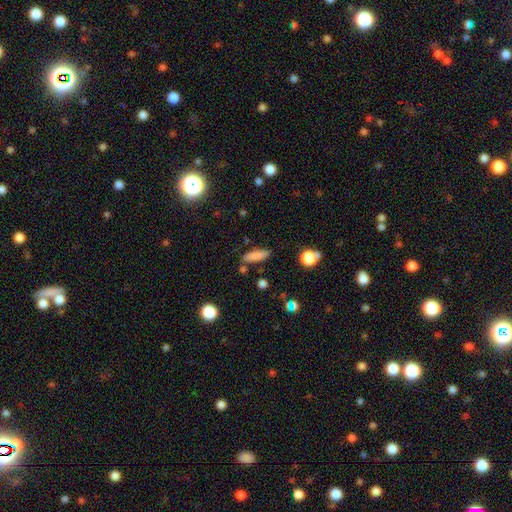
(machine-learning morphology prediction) Smooth or featured? smooth (82%)
How rounded? cigar-shaped (55%)
Merging? none (79%)